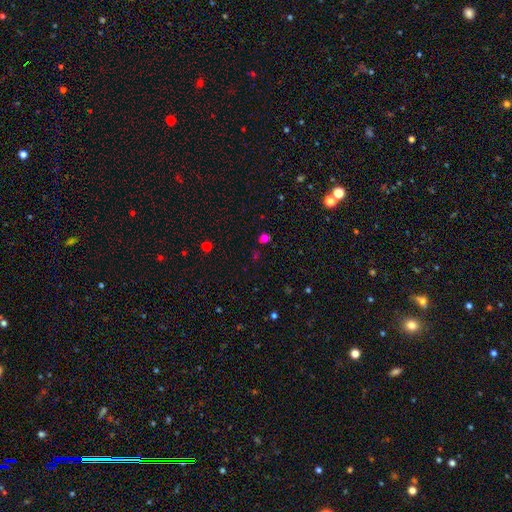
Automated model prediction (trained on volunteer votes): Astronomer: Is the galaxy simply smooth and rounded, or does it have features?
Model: smooth — 57% (runner-up: star or artifact, 38%).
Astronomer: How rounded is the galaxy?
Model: round — 72%.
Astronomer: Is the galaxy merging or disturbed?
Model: none — 82%.